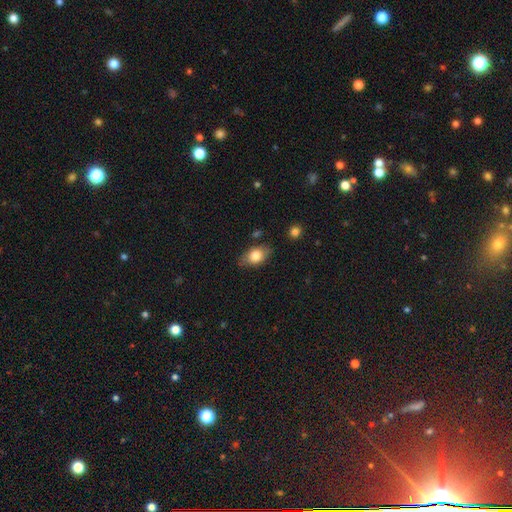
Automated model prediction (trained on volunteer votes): Q: Smooth or featured?
A: smooth (79%); runner-up: featured or disk (13%)
Q: How rounded?
A: in between (84%); runner-up: round (13%)
Q: Merging?
A: none (73%); runner-up: minor disturbance (20%)